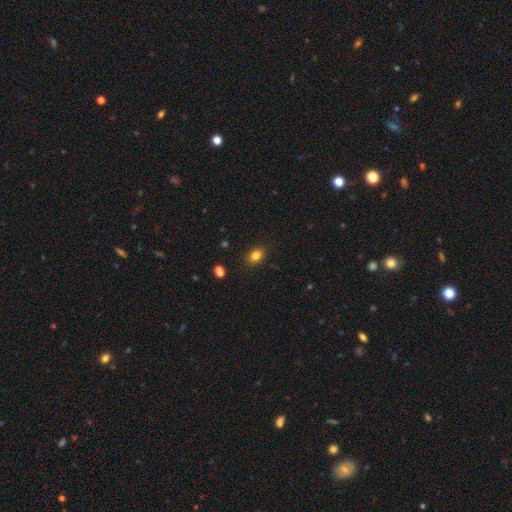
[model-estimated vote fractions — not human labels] smooth 82%, star or artifact 11%, featured or disk 7%. Down the decision tree: how rounded — in between (72%); merging — none (87%).